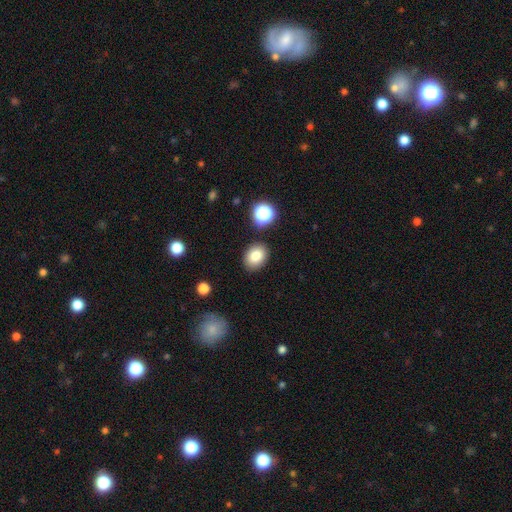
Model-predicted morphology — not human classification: smooth 82%, star or artifact 11%, featured or disk 8%. Down the decision tree: how rounded — in between (62%); merging — none (85%).